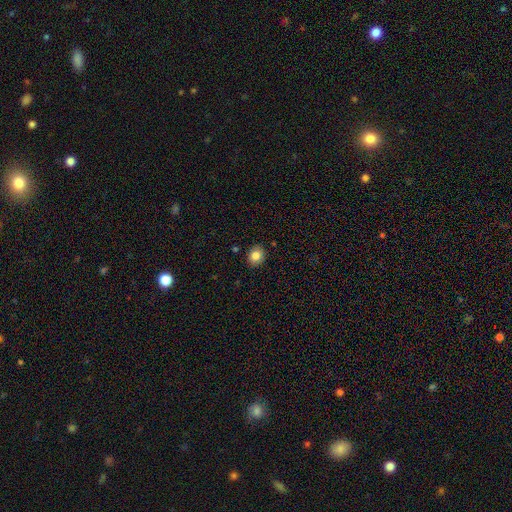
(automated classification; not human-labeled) Smooth or featured: smooth — 83% (star or artifact — 10%)
How rounded: round — 60% (in between — 39%)
Merging: none — 89% (minor disturbance — 8%)